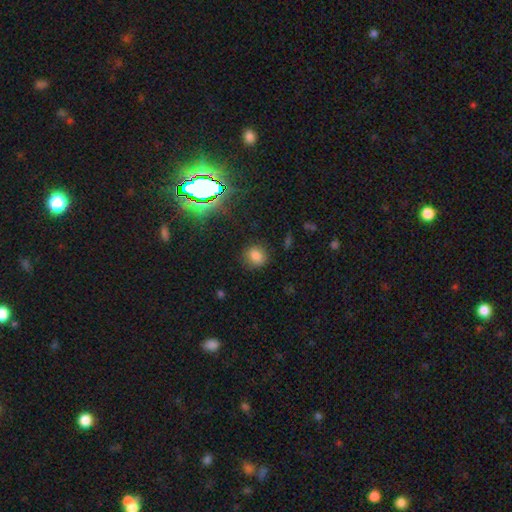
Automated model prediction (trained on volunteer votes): Smooth or featured? Predicted: smooth (p=0.78). How rounded? Predicted: round (p=0.69). Merging? Predicted: none (p=0.81).